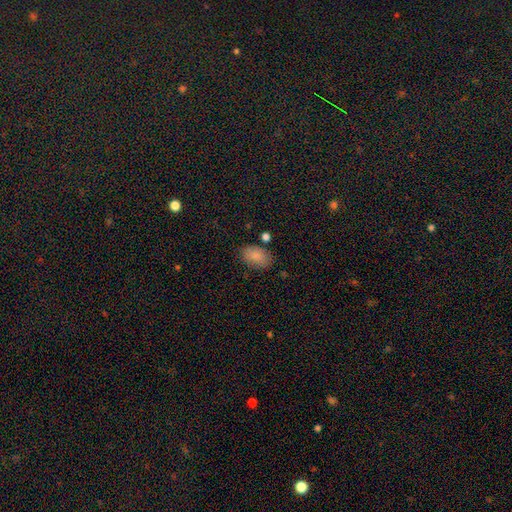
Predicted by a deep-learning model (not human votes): Morphology: type=smooth (86%); roundness=in between (89%); merging=none (78%).